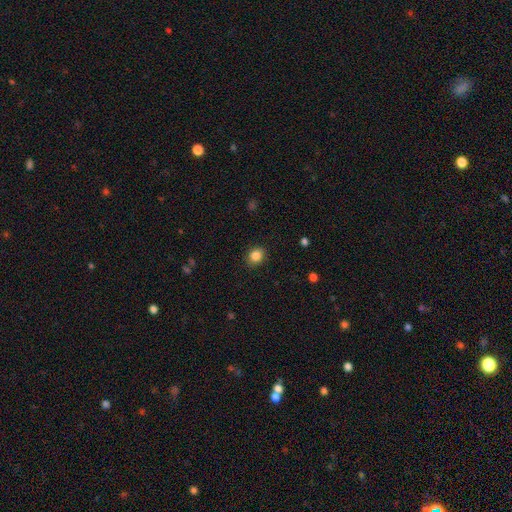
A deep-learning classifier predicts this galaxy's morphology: smooth 85%, star or artifact 10%, featured or disk 5%. Down the decision tree: how rounded — round (61%); merging — none (89%).